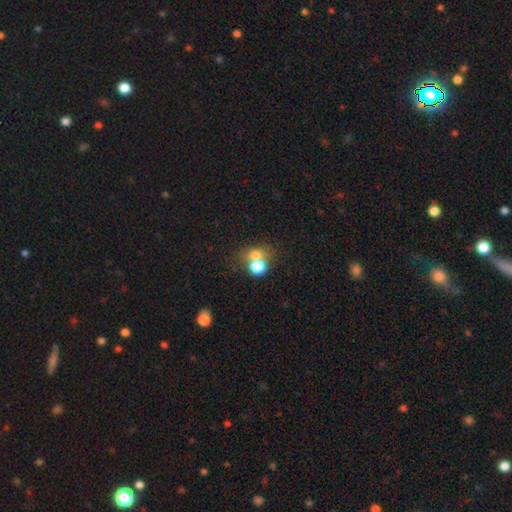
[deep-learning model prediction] Smooth or featured?
  - smooth: 70% *
  - star or artifact: 16%
  - featured or disk: 14%
How rounded?
  - round: 64% *
  - in between: 35%
  - cigar-shaped: 1%
Merging?
  - merger: 52% *
  - none: 36%
  - minor disturbance: 7%
  - major disturbance: 5%